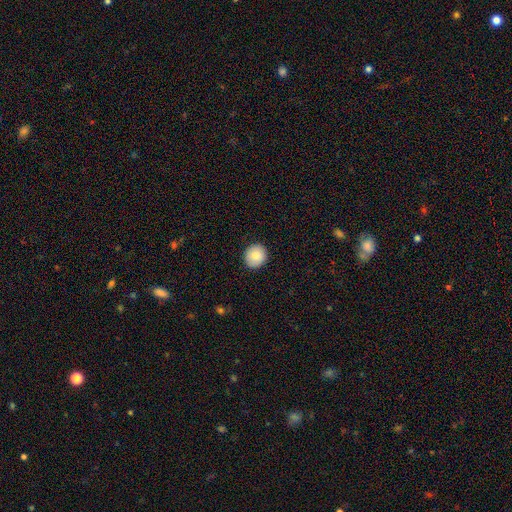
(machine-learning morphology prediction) smooth 82%, featured or disk 10%, star or artifact 8%. Down the decision tree: how rounded — round (86%); merging — none (90%).